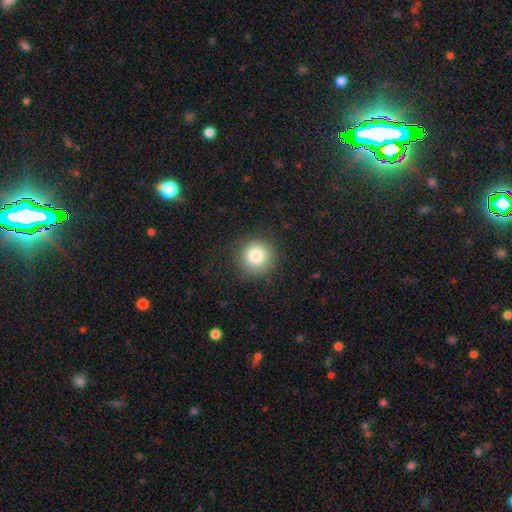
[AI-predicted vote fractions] Smooth or featured?
  - smooth: 83% *
  - star or artifact: 10%
  - featured or disk: 7%
How rounded?
  - round: 95% *
  - in between: 4%
  - cigar-shaped: 1%
Merging?
  - none: 88% *
  - minor disturbance: 8%
  - major disturbance: 3%
  - merger: 1%